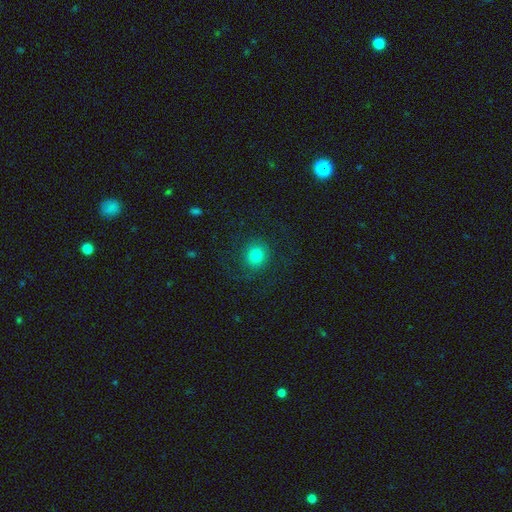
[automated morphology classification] The model was most divided on "smooth or featured": smooth: 69%, featured or disk: 18%, star or artifact: 13%. More confident: how rounded — round (82%); merging — none (75%).